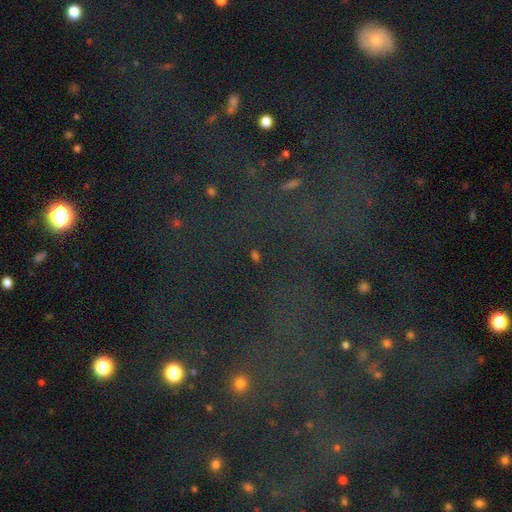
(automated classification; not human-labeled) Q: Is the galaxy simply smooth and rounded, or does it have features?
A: star or artifact — 69%.